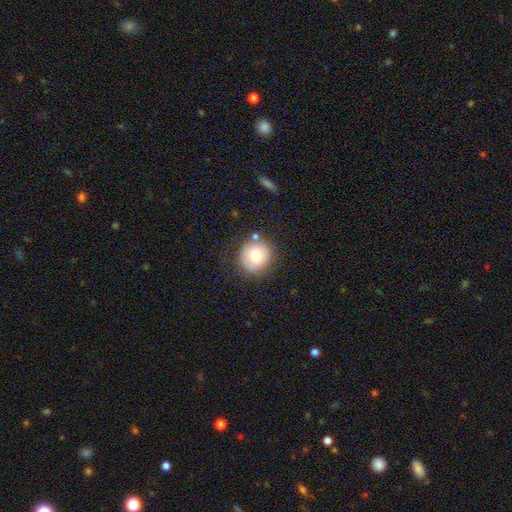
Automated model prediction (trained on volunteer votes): smooth 76%, featured or disk 15%, star or artifact 9%. Down the decision tree: how rounded — round (89%); merging — none (78%).